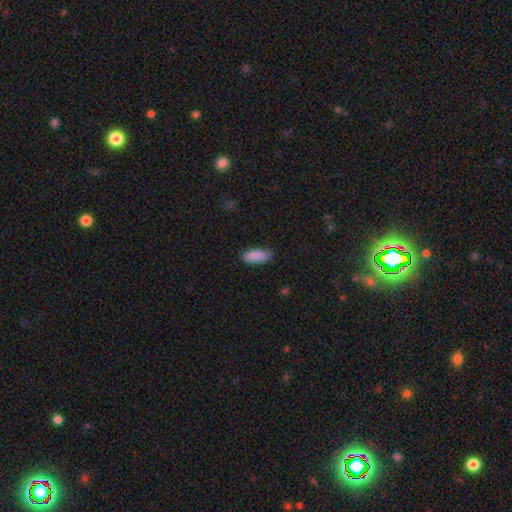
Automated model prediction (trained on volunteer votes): Q: Smooth or featured?
A: smooth (89%); runner-up: star or artifact (7%)
Q: How rounded?
A: in between (86%); runner-up: cigar-shaped (12%)
Q: Merging?
A: none (78%); runner-up: minor disturbance (18%)